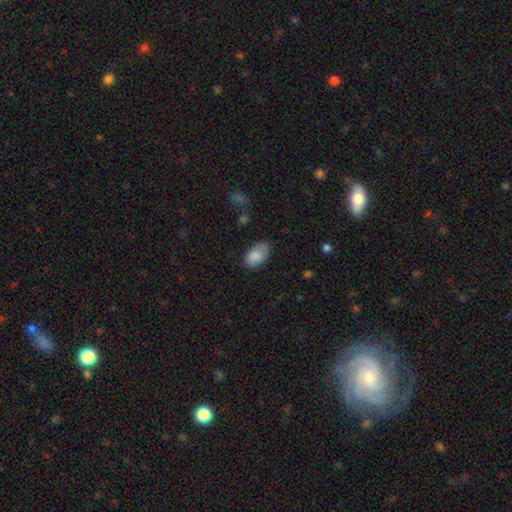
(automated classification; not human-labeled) Smooth or featured: smooth — 86% (star or artifact — 7%)
How rounded: in between — 93% (round — 6%)
Merging: none — 69% (minor disturbance — 25%)